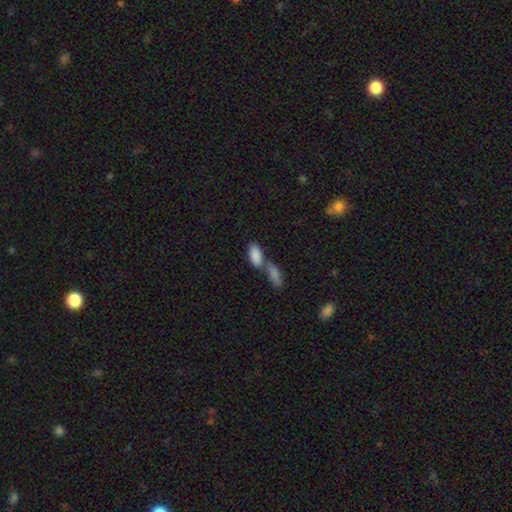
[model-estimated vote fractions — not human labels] Morphology: type=smooth (86%); roundness=in between (89%); merging=merger (51%).